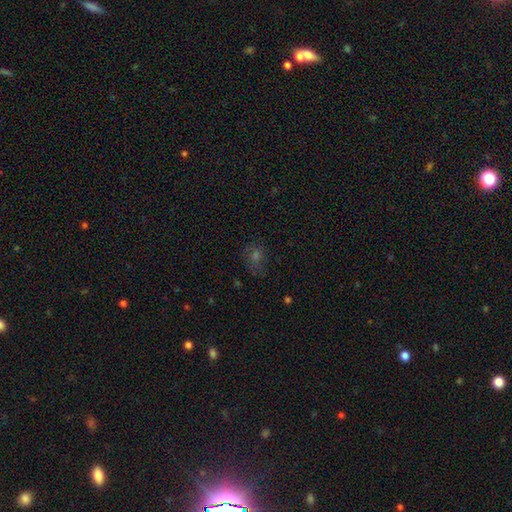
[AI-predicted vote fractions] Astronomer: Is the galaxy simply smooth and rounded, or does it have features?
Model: smooth — 41% (runner-up: star or artifact, 35%).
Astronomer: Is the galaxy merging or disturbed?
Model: none — 72%.